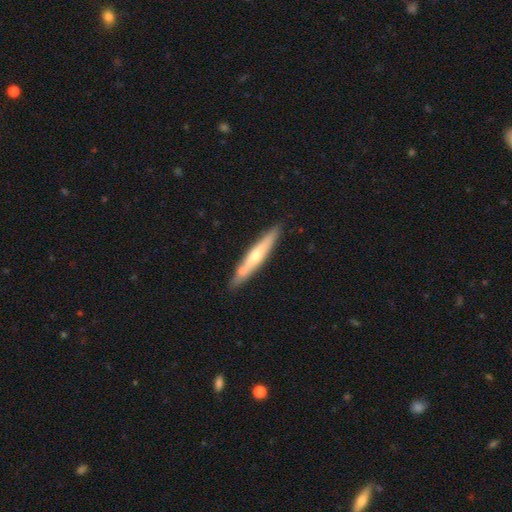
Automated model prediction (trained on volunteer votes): Smooth or featured?
  - featured or disk: 54% *
  - smooth: 40%
  - star or artifact: 6%
Edge-on disk?
  - yes: 91% *
  - no: 9%
Merging?
  - none: 82% *
  - minor disturbance: 11%
  - merger: 6%
  - major disturbance: 2%